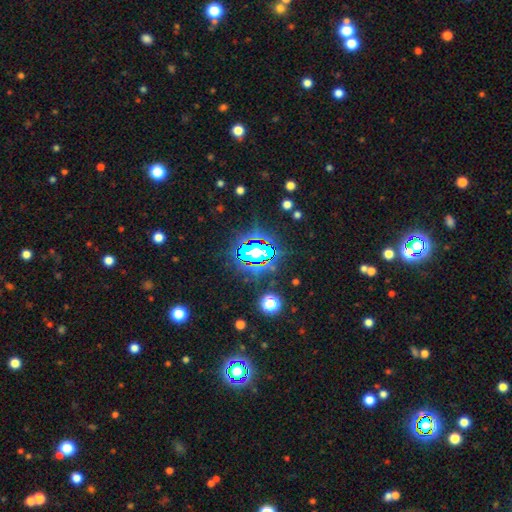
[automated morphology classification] This is likely a star or artifact rather than a galaxy (77%).